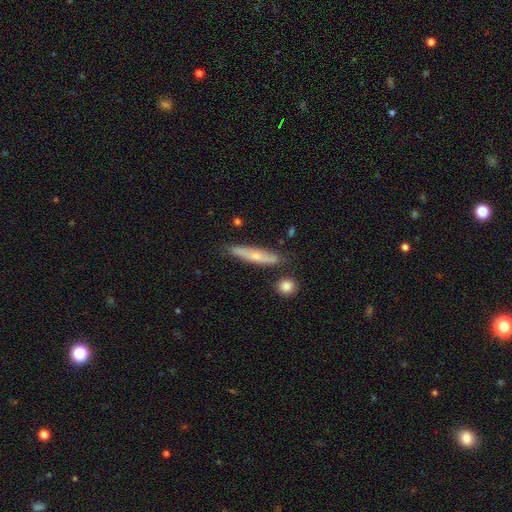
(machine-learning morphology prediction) smooth 50%, featured or disk 44%, star or artifact 6%. Down the decision tree: merging — none (78%).